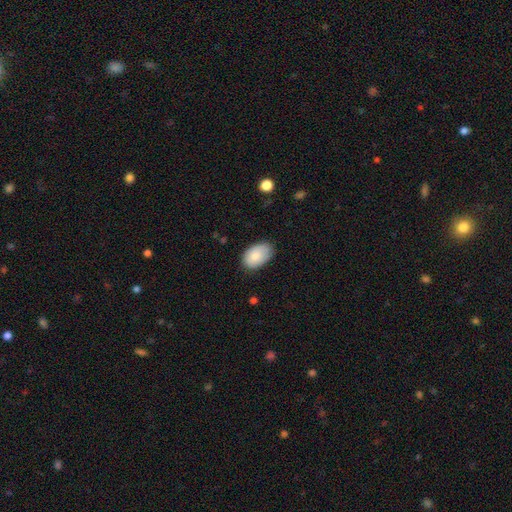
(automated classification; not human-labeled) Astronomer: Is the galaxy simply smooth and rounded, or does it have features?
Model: smooth — 83%.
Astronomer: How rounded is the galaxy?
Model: in between — 92%.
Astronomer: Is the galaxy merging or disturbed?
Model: none — 75%.